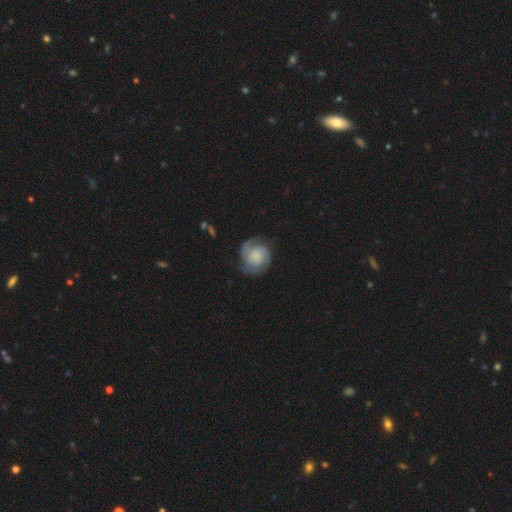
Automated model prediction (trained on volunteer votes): Q: Smooth or featured?
A: featured or disk (71%); runner-up: smooth (23%)
Q: Edge-on disk?
A: no (98%); runner-up: yes (2%)
Q: Bar?
A: no (74%); runner-up: weak (22%)
Q: Spiral arms?
A: yes (95%); runner-up: no (5%)
Q: Spiral winding?
A: tight (51%); runner-up: medium (38%)
Q: Spiral arm count?
A: 2 (69%); runner-up: 3 (11%)
Q: Bulge size?
A: none (34%); runner-up: small (27%)
Q: Merging?
A: none (74%); runner-up: minor disturbance (17%)